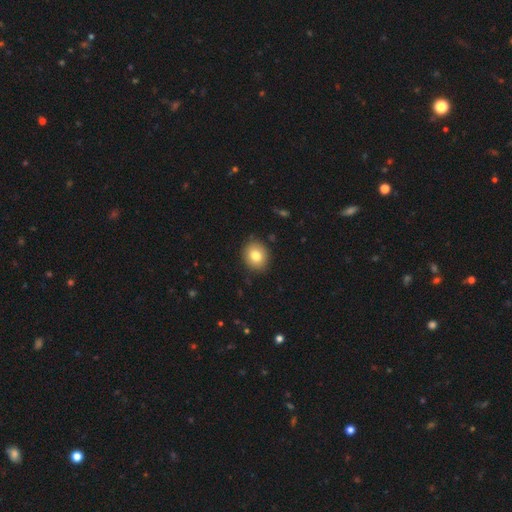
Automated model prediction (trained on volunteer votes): Smooth or featured: smooth — 80% (featured or disk — 10%)
How rounded: round — 70% (in between — 29%)
Merging: none — 89% (minor disturbance — 8%)